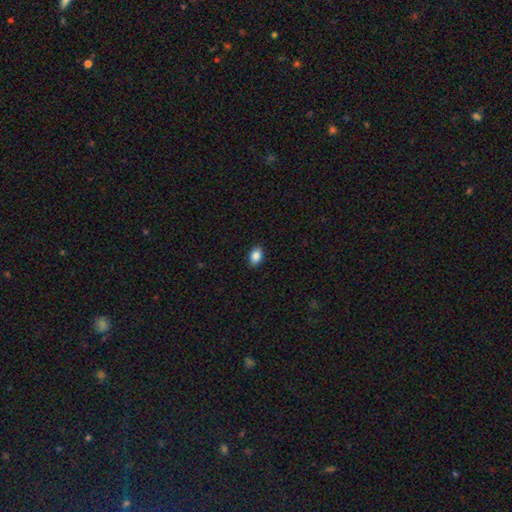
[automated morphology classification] Smooth or featured: smooth — 88% (star or artifact — 8%)
How rounded: in between — 84% (round — 15%)
Merging: none — 89% (minor disturbance — 8%)